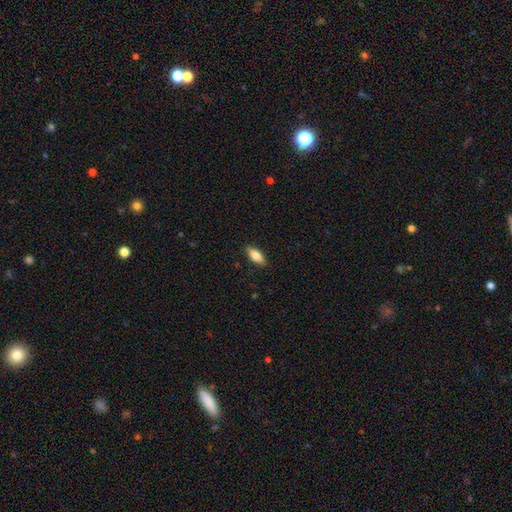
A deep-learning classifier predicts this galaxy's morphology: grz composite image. It shows a smooth galaxy with no disk features (77%) that is in between round and cigar-shaped (76%). Merging: none (88%).